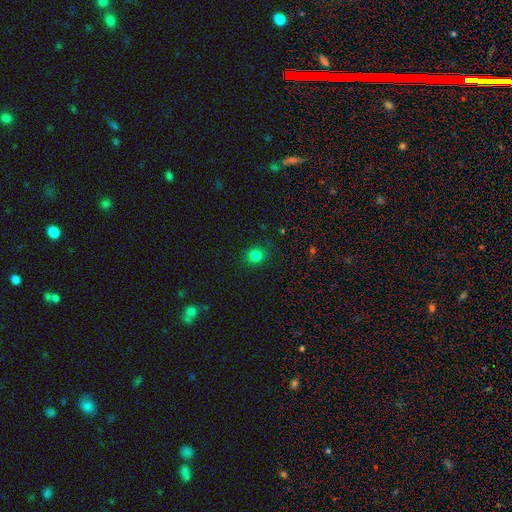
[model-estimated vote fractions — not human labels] A smooth galaxy with no disk features (81%) that is round (79%).

Vote fractions:
- Smooth or featured? smooth: 81% / star or artifact: 14% / featured or disk: 4%
- How rounded? round: 79% / in between: 20% / cigar-shaped: 1%
- Merging? none: 85% / minor disturbance: 11% / major disturbance: 3% / merger: 1%